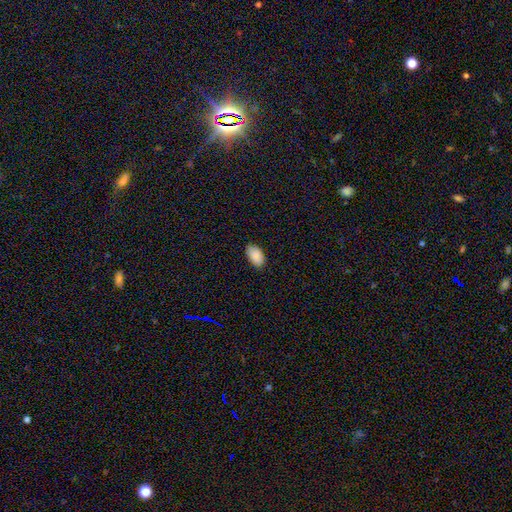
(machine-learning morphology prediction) Smooth or featured? smooth (90%)
How rounded? in between (94%)
Merging? none (85%)